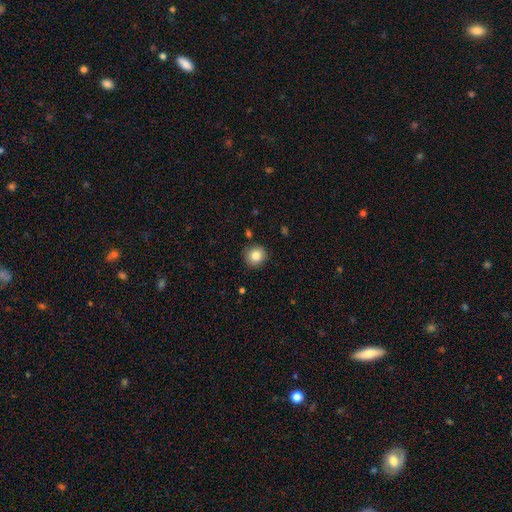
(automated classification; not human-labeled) Morphology: type=smooth (83%); roundness=round (90%); merging=none (88%).